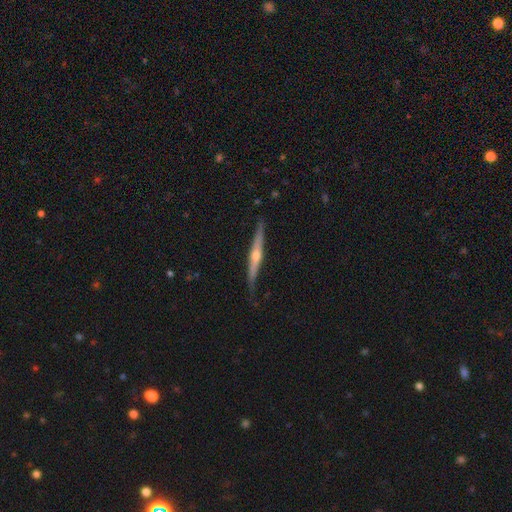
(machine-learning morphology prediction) This appears to be a featured or disk galaxy (76%) viewed edge-on (98%) with a rounded central bulge (88%). Merging: none (83%).